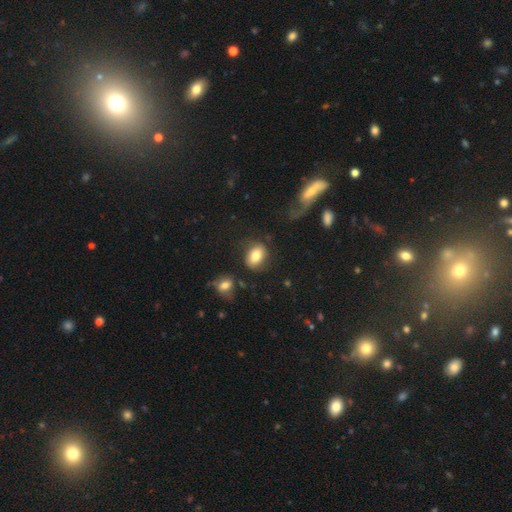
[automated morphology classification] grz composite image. It shows a smooth galaxy with no disk features (79%) that is in between round and cigar-shaped (72%). Merging: none (70%).